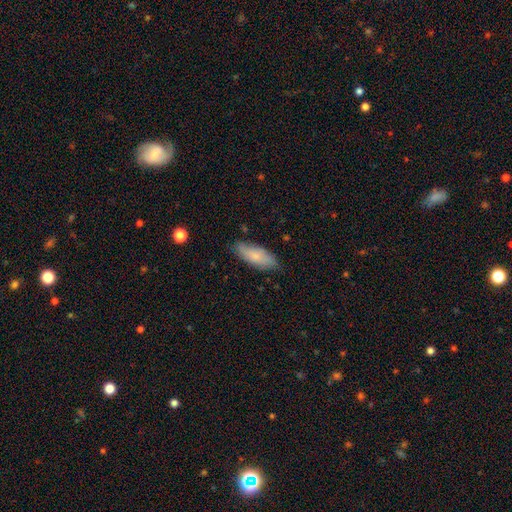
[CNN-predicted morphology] Overall: smooth (73%). How rounded: in between (73%). Merging: none (78%).